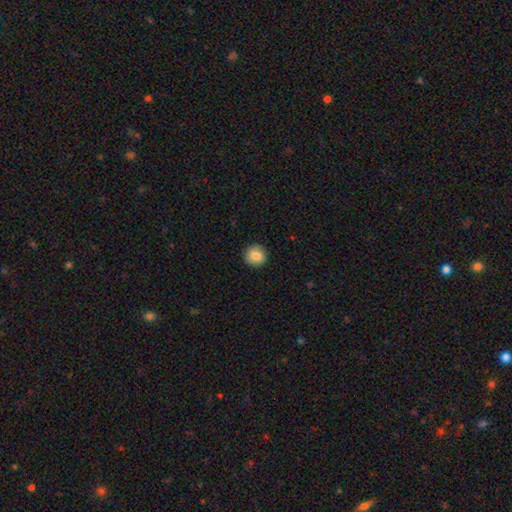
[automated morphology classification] This is clearly a smooth galaxy (83%). How rounded: clearly round (94%). Merging: clearly none (91%).